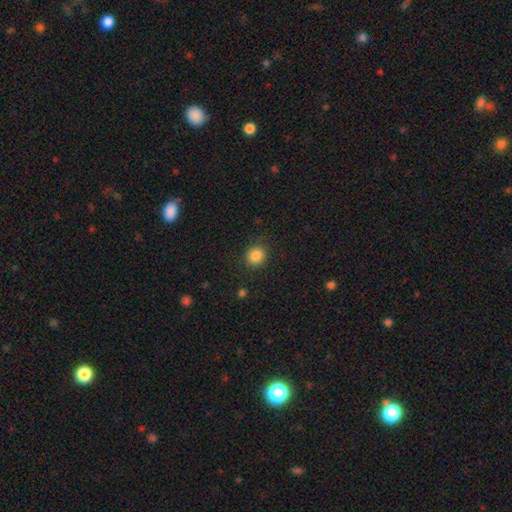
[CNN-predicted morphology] A smooth galaxy with no disk features (85%) that is round (85%). Merging: none (87%).